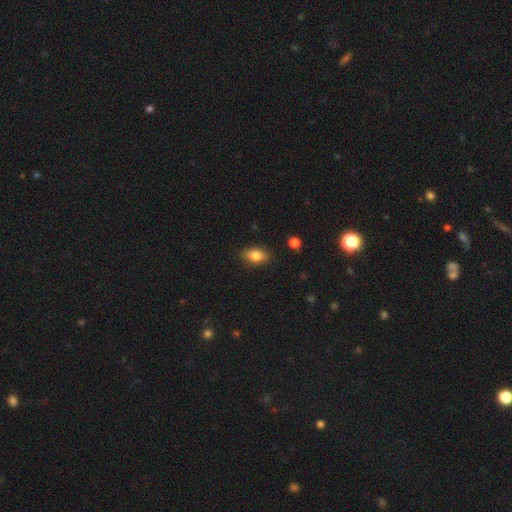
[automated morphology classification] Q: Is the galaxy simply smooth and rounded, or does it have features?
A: smooth — 82%.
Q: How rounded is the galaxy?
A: in between — 85%.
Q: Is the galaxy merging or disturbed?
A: none — 84%.